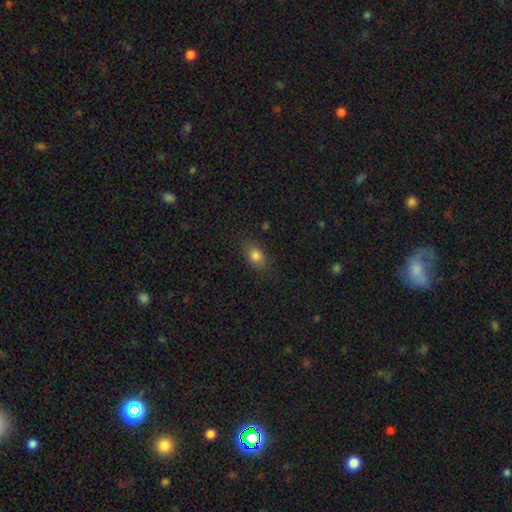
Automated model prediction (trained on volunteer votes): A smooth galaxy with no disk features (82%) that is in between round and cigar-shaped (64%). Merging: none (79%).